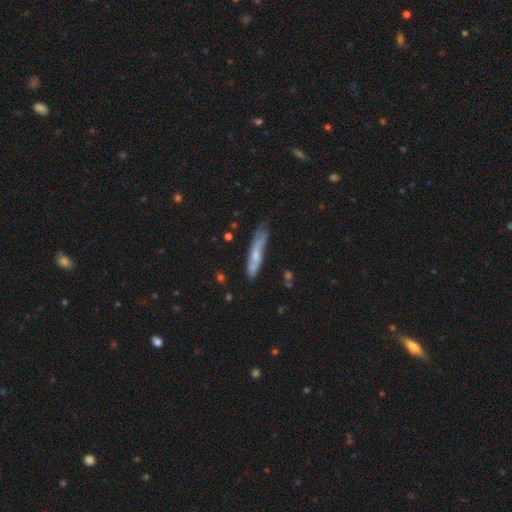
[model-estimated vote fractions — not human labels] A featured or disk galaxy (47%).

Vote fractions:
- Smooth or featured? featured or disk: 47% / smooth: 46% / star or artifact: 7%
- Merging? none: 57% / minor disturbance: 28% / major disturbance: 9% / merger: 6%